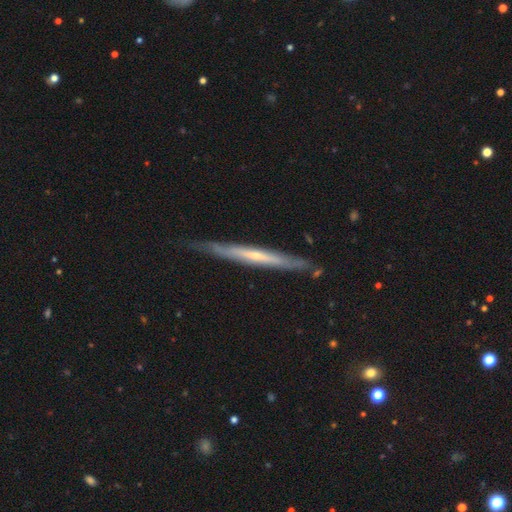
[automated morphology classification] The model was most divided on "edge-on bulge": none: 52%, rounded: 43%, boxy: 5%. More confident: edge-on disk — yes (93%); merging — none (80%); smooth or featured — featured or disk (69%).